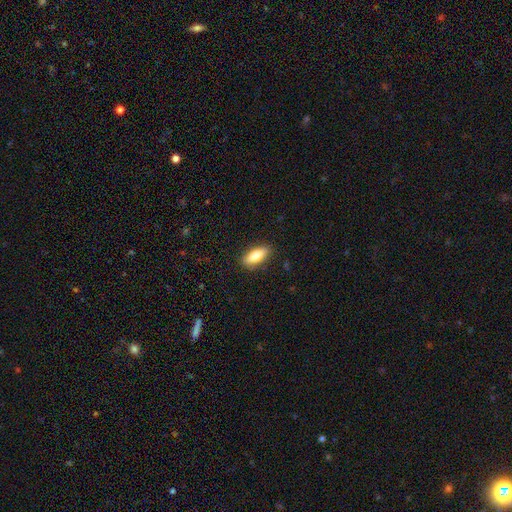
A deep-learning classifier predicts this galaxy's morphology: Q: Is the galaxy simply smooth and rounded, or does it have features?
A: smooth — 75%.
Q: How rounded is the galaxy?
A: in between — 73%.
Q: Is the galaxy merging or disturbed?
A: none — 87%.